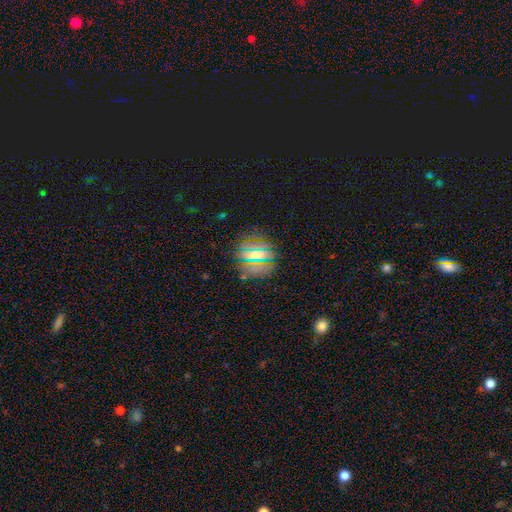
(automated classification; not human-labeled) Overall: smooth (60%; star or artifact 24%). How rounded: round (69%). Merging: none (81%).